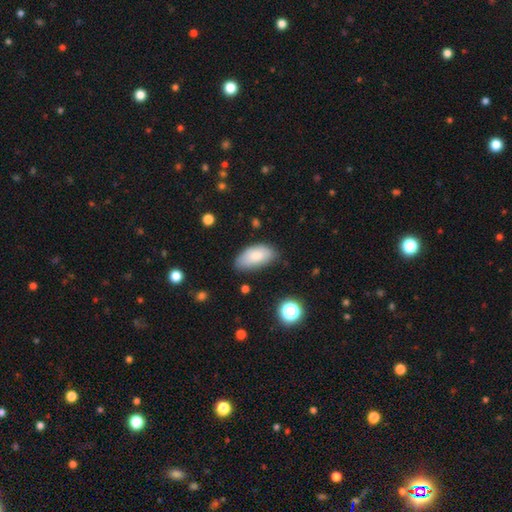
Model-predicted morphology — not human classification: This appears to be a smooth galaxy with no disk features (82%) that is in between round and cigar-shaped (93%). Merging: none (71%).